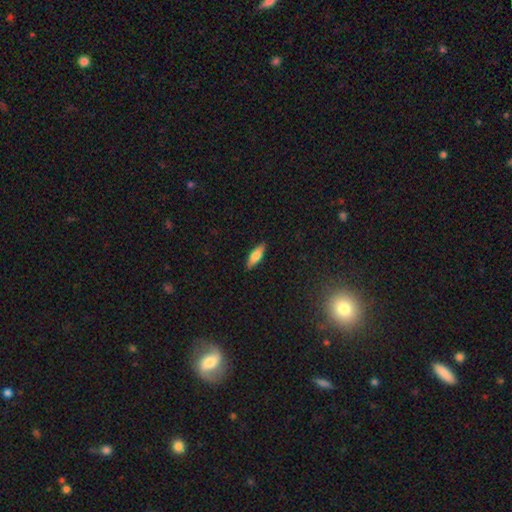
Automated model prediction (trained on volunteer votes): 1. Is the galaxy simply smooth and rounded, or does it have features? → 72% smooth, 21% featured or disk, 6% star or artifact.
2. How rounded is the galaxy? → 51% cigar-shaped, 47% in between, 2% round.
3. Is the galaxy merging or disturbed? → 89% none, 8% minor disturbance, 2% major disturbance, 1% merger.